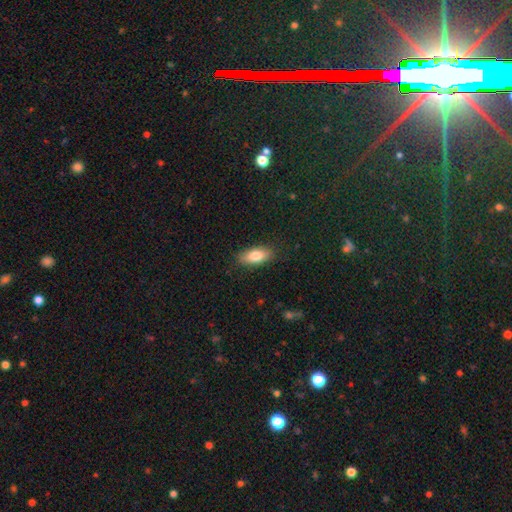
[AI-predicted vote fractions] Morphology: type=smooth (81%); roundness=in between (85%); merging=none (86%).